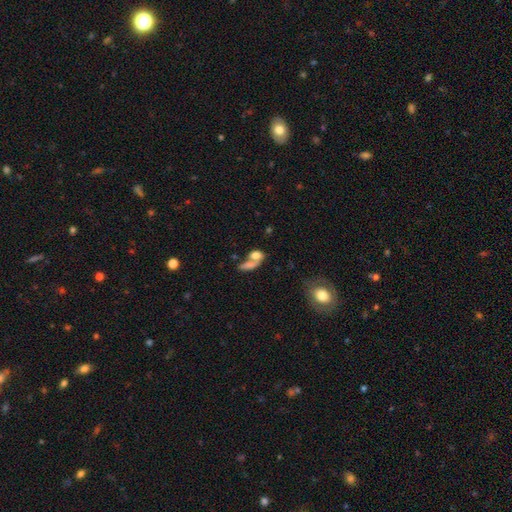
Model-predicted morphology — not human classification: Q: Smooth or featured?
A: smooth (72%); runner-up: featured or disk (17%)
Q: How rounded?
A: in between (68%); runner-up: round (21%)
Q: Merging?
A: merger (54%); runner-up: none (28%)